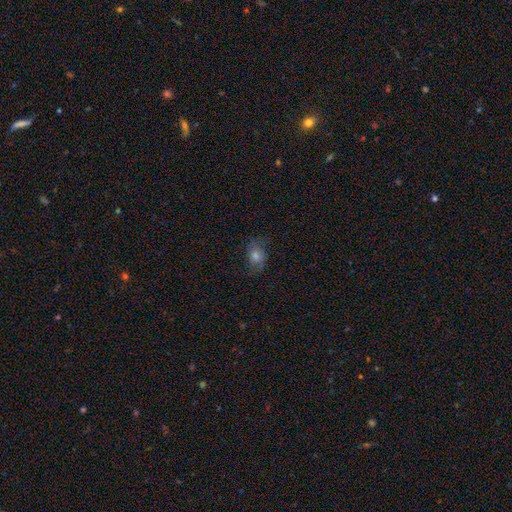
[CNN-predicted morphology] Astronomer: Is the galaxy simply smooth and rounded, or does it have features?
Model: smooth — 53% (runner-up: featured or disk, 30%).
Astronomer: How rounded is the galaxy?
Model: in between — 64%.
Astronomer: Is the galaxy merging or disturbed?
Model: none — 70%.